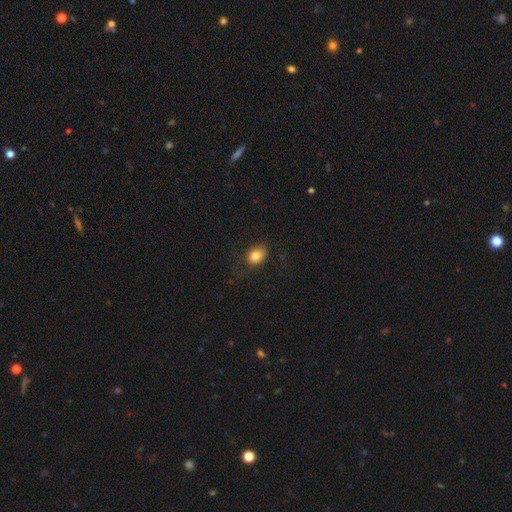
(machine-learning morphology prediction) This appears to be a smooth galaxy with no disk features (83%) that is in between round and cigar-shaped (71%). Merging: none (80%).